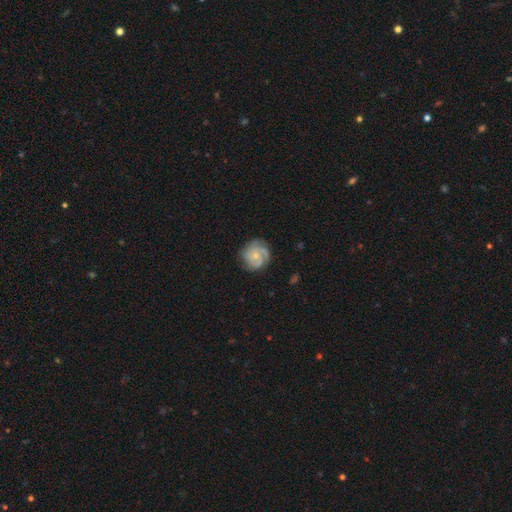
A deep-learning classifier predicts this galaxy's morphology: Smooth or featured? Predicted: featured or disk (p=0.81). Edge-on disk? Predicted: no (p=0.98). Bar? Predicted: no (p=0.72). Spiral arms? Predicted: yes (p=0.97). Spiral winding? Predicted: tight (p=0.62). Spiral arm count? Predicted: 3 (p=0.47). Bulge size? Predicted: small (p=0.65). Merging? Predicted: none (p=0.76).